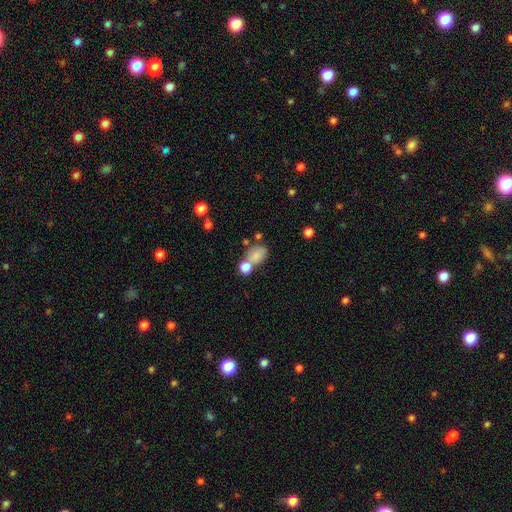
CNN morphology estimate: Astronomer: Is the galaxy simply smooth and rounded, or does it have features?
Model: smooth — 78%.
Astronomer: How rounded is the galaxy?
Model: in between — 70%.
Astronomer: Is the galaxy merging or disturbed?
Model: none — 45% (runner-up: merger, 33%).